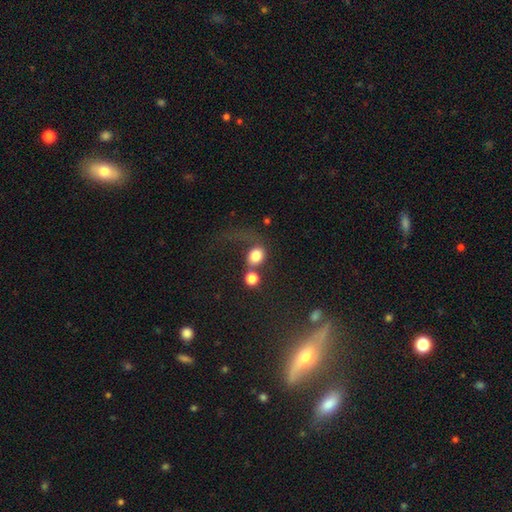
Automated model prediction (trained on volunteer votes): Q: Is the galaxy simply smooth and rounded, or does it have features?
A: smooth — 78%.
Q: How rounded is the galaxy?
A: round — 59%.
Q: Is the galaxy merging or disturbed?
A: merger — 38%.